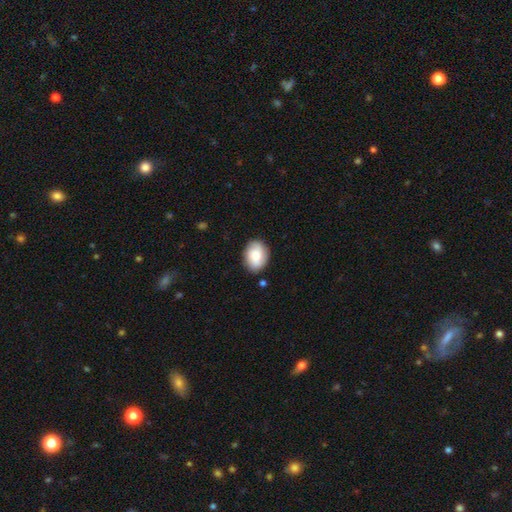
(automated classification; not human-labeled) Q: Smooth or featured?
A: smooth (71%); runner-up: featured or disk (22%)
Q: How rounded?
A: in between (74%); runner-up: round (25%)
Q: Merging?
A: none (82%); runner-up: minor disturbance (13%)